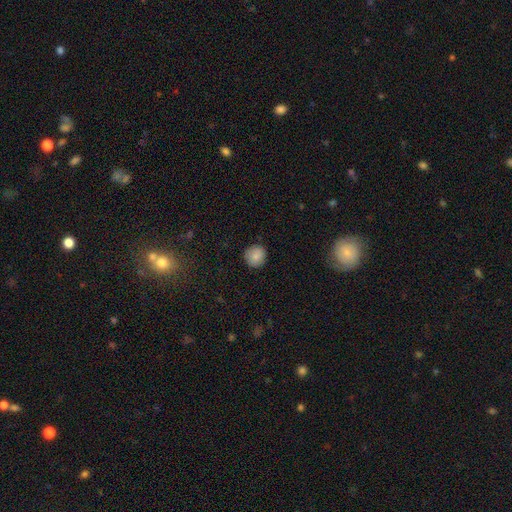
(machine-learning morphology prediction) smooth 87%, star or artifact 8%, featured or disk 5%. Down the decision tree: how rounded — round (92%); merging — none (90%).